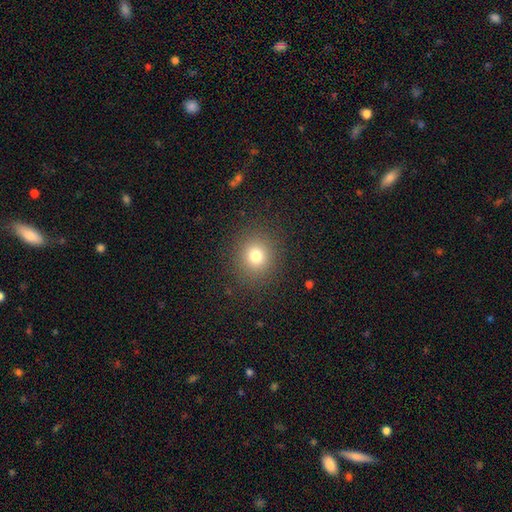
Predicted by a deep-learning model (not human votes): Smooth or featured? smooth (76%)
How rounded? round (84%)
Merging? none (88%)